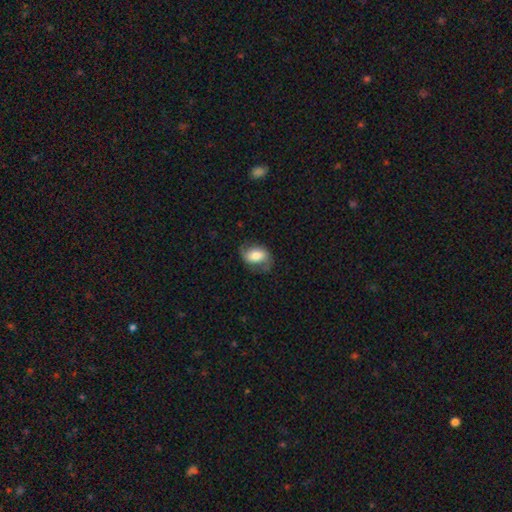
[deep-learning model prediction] This is possibly a smooth galaxy (53%). How rounded: likely in between (77%). Merging: likely none (65%).